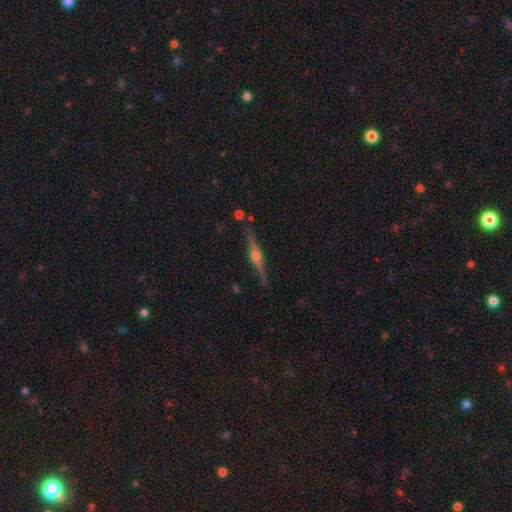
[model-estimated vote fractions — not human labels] Overall: featured or disk (84%). Edge-on disk: yes (98%). Edge-on bulge: rounded (91%). Merging: none (87%).